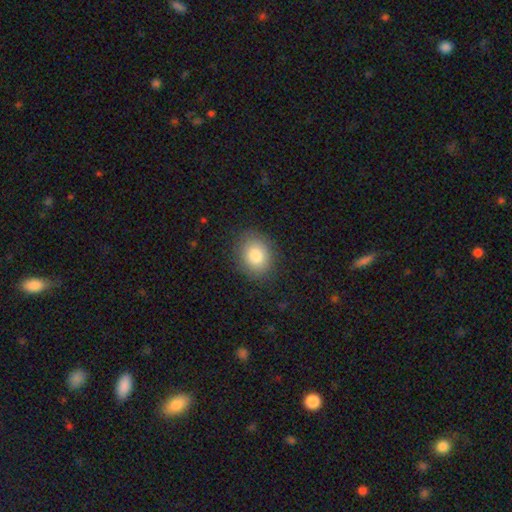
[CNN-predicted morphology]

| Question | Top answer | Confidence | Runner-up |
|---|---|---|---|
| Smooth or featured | smooth | 84% | star or artifact (8%) |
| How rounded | round | 55% | in between (44%) |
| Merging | none | 86% | minor disturbance (10%) |